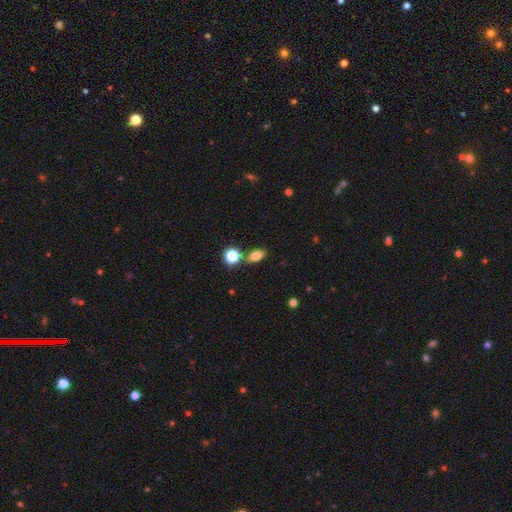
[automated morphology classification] A smooth galaxy with no disk features (77%) that is in between round and cigar-shaped (81%). Merging: none (75%).